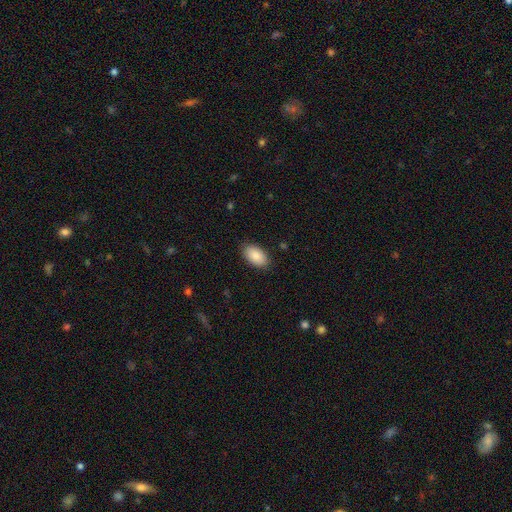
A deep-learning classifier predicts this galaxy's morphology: Smooth or featured? Predicted: smooth (p=0.88). How rounded? Predicted: in between (p=0.95). Merging? Predicted: none (p=0.87).